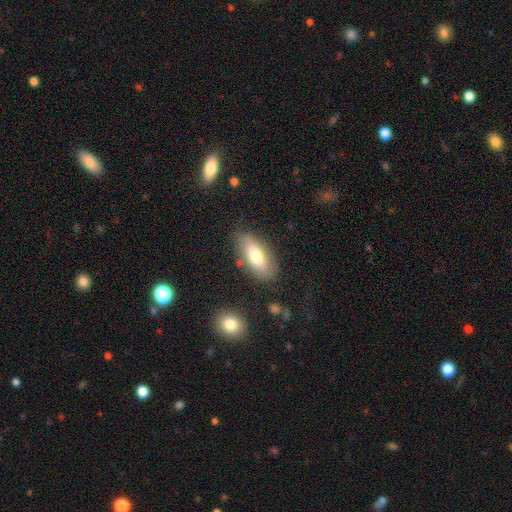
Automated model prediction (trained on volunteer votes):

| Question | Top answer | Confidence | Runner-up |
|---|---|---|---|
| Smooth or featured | smooth | 72% | featured or disk (21%) |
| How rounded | in between | 80% | cigar-shaped (18%) |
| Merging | none | 78% | minor disturbance (15%) |